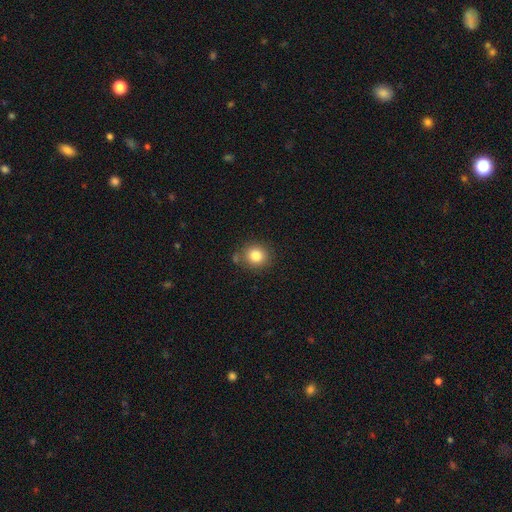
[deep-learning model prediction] Overall: smooth (82%). How rounded: round (87%). Merging: none (80%).